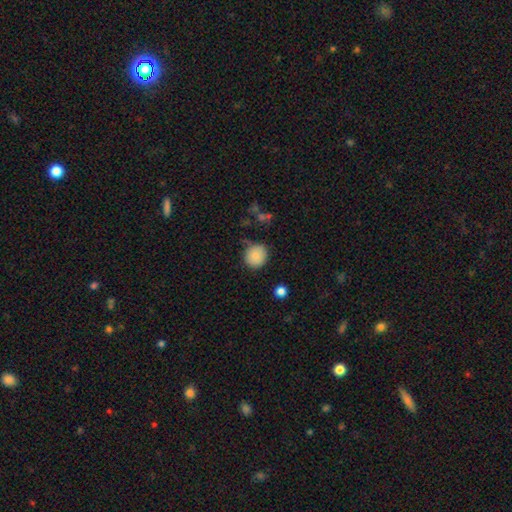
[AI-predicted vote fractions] smooth-or-featured: smooth: 84% | star or artifact: 9% | featured or disk: 7%
  how-rounded: round: 88% | in between: 11% | cigar-shaped: 1%
  merging: none: 76% | minor disturbance: 17% | major disturbance: 4% | merger: 2%